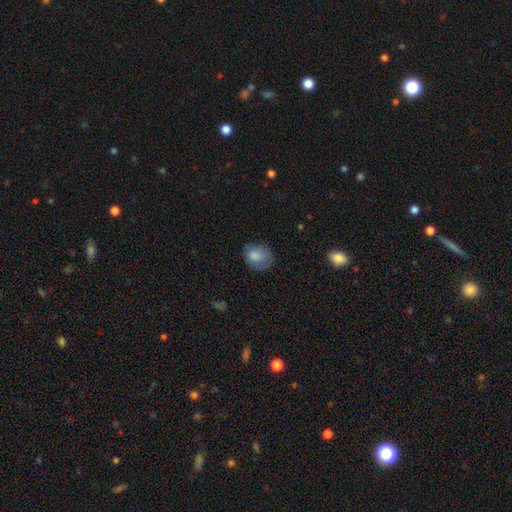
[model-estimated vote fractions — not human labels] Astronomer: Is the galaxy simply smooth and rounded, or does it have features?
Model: smooth — 81%.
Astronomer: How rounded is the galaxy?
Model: in between — 52% (runner-up: round, 47%).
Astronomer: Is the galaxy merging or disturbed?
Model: none — 64%.